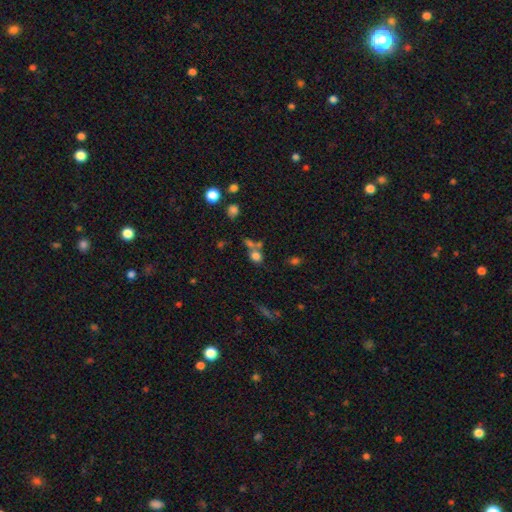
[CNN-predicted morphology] Smooth or featured? Predicted: smooth (p=0.73). How rounded? Predicted: round (p=0.68). Merging? Predicted: none (p=0.43).